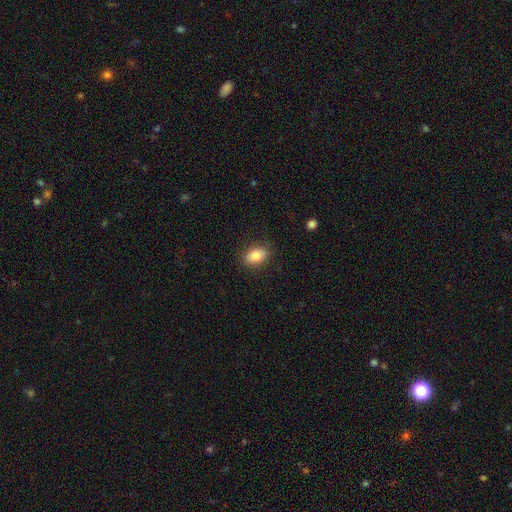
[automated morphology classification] Overall: smooth (84%). How rounded: in between (85%). Merging: none (87%).